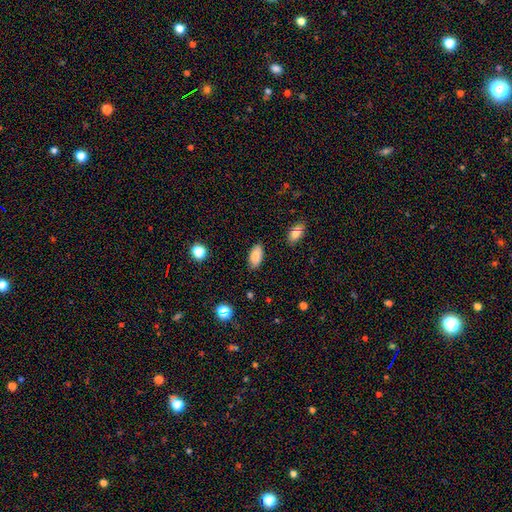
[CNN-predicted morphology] Smooth or featured? smooth (85%)
How rounded? in between (92%)
Merging? none (86%)